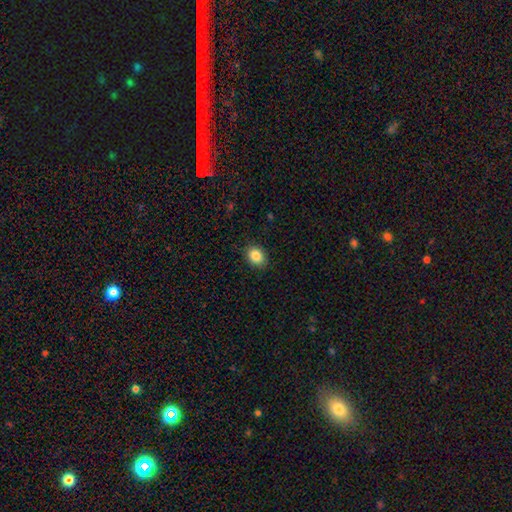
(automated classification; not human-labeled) Smooth or featured? smooth (86%)
How rounded? in between (59%)
Merging? none (87%)